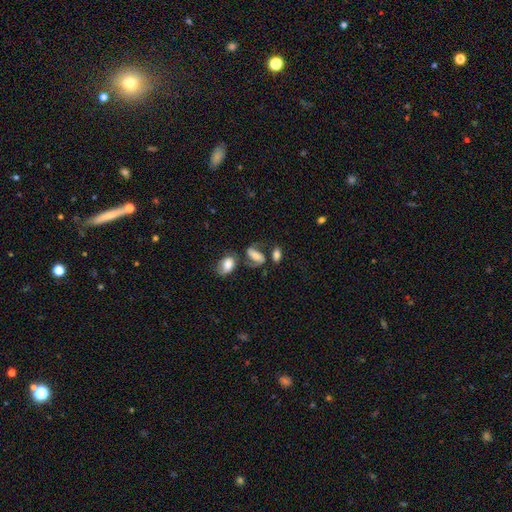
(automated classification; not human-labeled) A featured or disk galaxy (45%). Merging: none (47%).